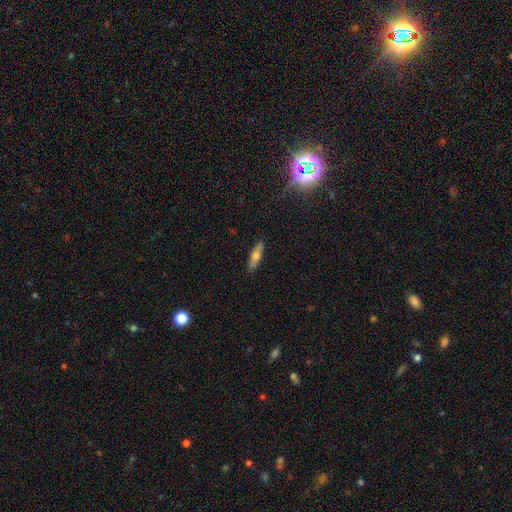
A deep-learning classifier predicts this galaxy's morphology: smooth-or-featured: smooth: 63% | featured or disk: 30% | star or artifact: 7%
  how-rounded: cigar-shaped: 61% | in between: 37% | round: 2%
  merging: none: 87% | minor disturbance: 10% | major disturbance: 2% | merger: 1%